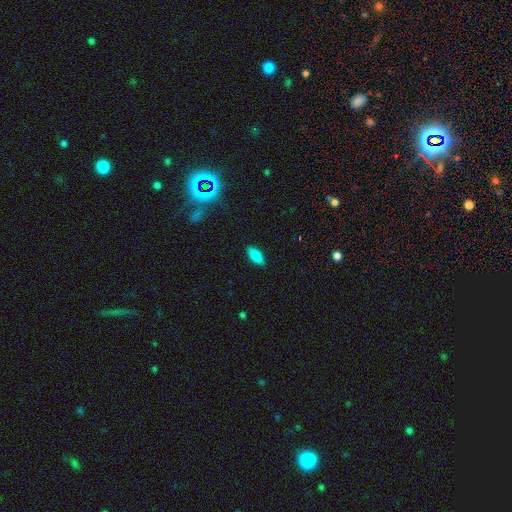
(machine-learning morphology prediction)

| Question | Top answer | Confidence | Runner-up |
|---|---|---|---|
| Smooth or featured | smooth | 82% | featured or disk (9%) |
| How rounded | in between | 84% | cigar-shaped (14%) |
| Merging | none | 88% | minor disturbance (9%) |